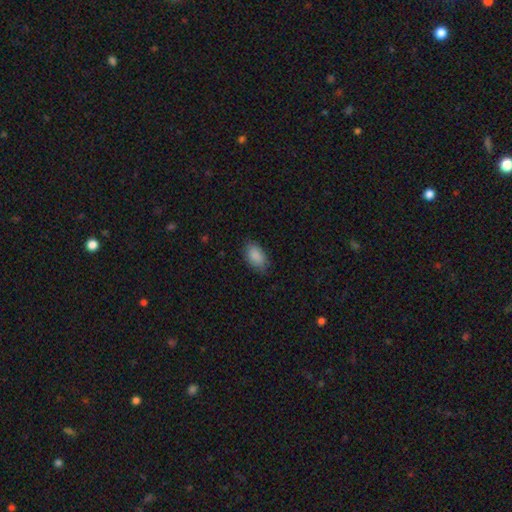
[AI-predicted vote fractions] Overall: smooth (88%). How rounded: in between (93%). Merging: none (80%).